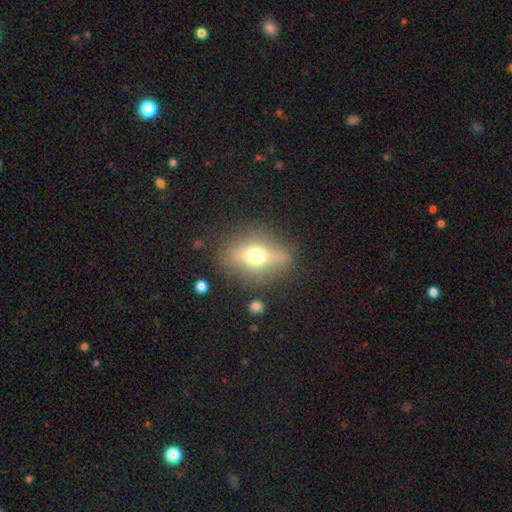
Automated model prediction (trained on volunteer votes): Q: Smooth or featured?
A: smooth (53%); runner-up: featured or disk (36%)
Q: How rounded?
A: in between (58%); runner-up: round (36%)
Q: Merging?
A: none (74%); runner-up: minor disturbance (16%)